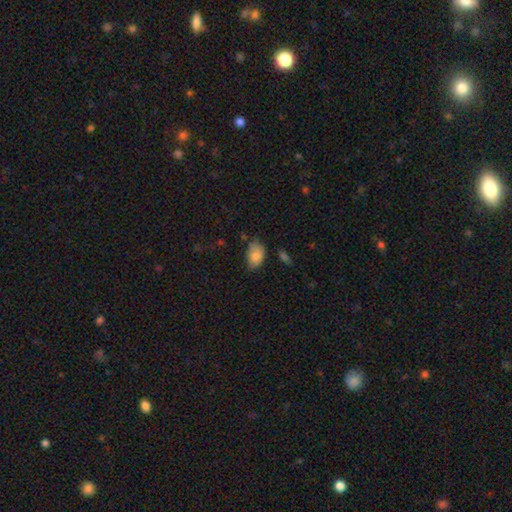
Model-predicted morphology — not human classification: smooth_or_featured: smooth (p=0.84) [alt: featured or disk p=0.08]
how_rounded: in between (p=0.87) [alt: round p=0.12]
merging: none (p=0.56) [alt: minor disturbance p=0.33]